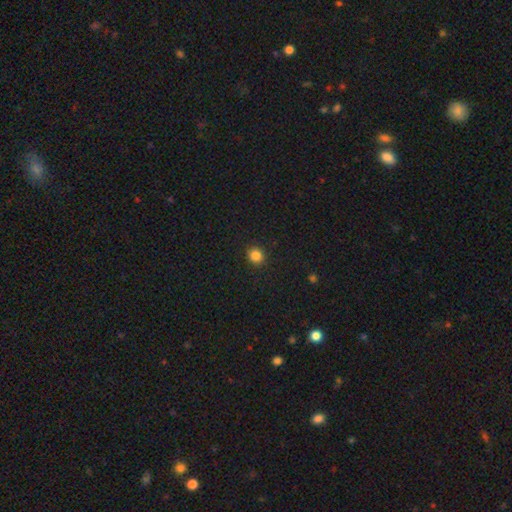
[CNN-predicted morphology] A smooth galaxy with no disk features (85%) that is round (86%).

Vote fractions:
- Smooth or featured? smooth: 85% / star or artifact: 11% / featured or disk: 3%
- How rounded? round: 86% / in between: 13% / cigar-shaped: 1%
- Merging? none: 92% / minor disturbance: 5% / major disturbance: 2% / merger: 1%